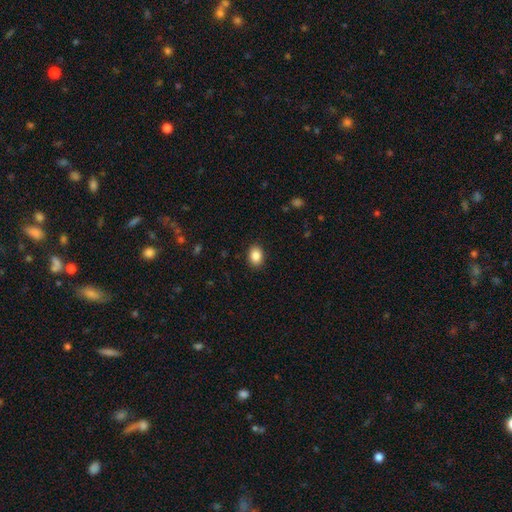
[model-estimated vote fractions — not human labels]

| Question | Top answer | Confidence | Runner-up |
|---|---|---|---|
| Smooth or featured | smooth | 87% | star or artifact (8%) |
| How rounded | in between | 73% | round (26%) |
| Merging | none | 90% | minor disturbance (7%) |